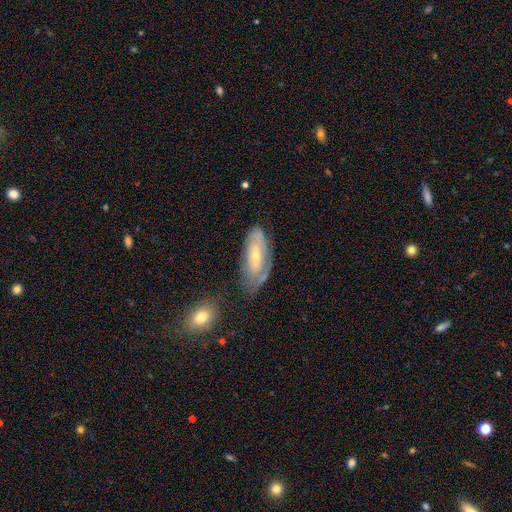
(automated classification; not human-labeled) smooth_or_featured: featured or disk (p=0.61) [alt: smooth p=0.31]
disk_edge_on: no (p=0.86) [alt: yes p=0.14]
bar: no (p=0.58) [alt: weak p=0.31]
has_spiral_arms: yes (p=0.66) [alt: no p=0.34]
bulge_size: small (p=0.58) [alt: moderate p=0.38]
merging: none (p=0.58) [alt: minor disturbance p=0.27]